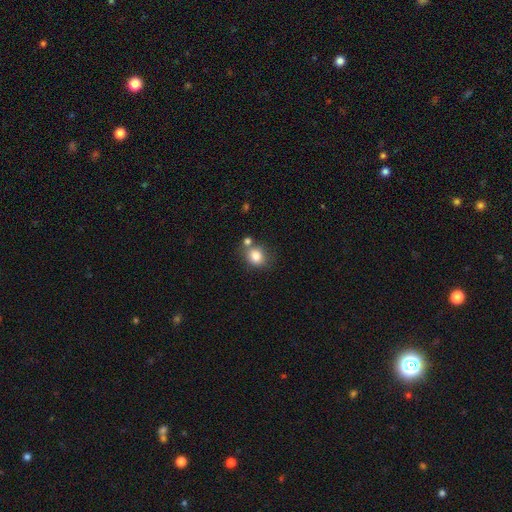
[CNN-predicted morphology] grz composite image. It shows a smooth galaxy with no disk features (82%) that is round (70%). Merging: none (64%).